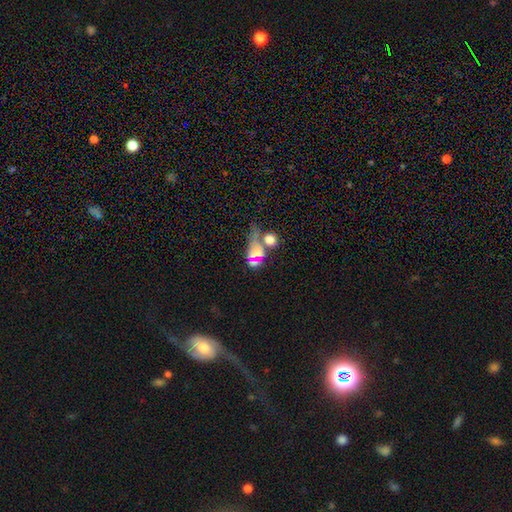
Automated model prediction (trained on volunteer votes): This appears to be a smooth galaxy with no disk features (51%) that is in between round and cigar-shaped (52%). Merging: merger (35%, tied with none).